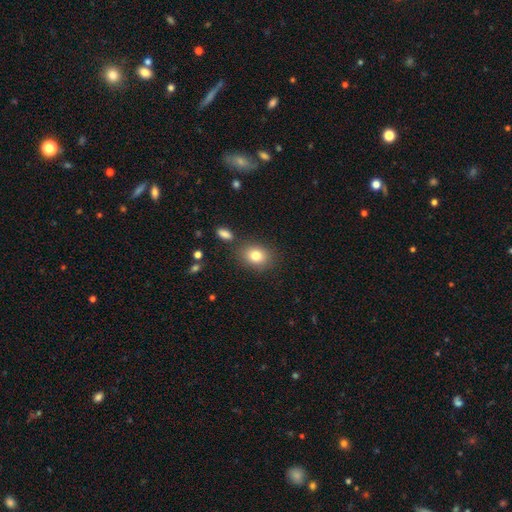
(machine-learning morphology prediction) Q: Smooth or featured?
A: smooth (81%); runner-up: star or artifact (10%)
Q: How rounded?
A: in between (55%); runner-up: round (44%)
Q: Merging?
A: none (80%); runner-up: minor disturbance (11%)